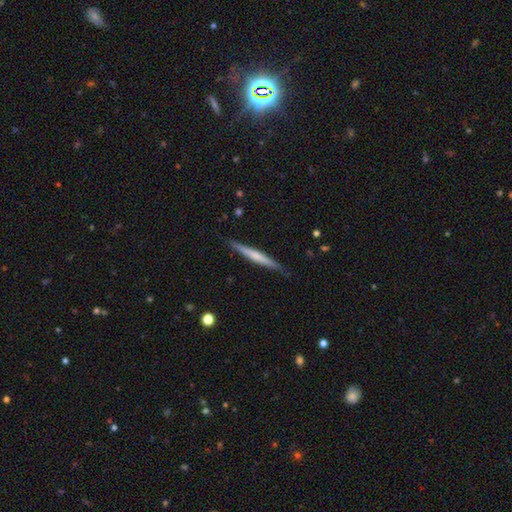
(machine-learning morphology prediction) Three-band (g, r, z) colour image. It shows a featured or disk galaxy (50%). Merging: none (88%).